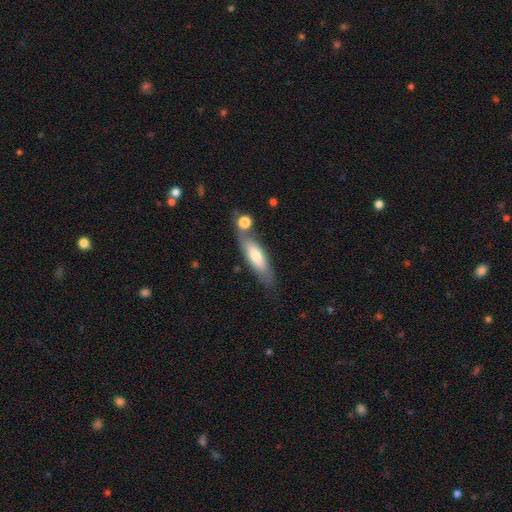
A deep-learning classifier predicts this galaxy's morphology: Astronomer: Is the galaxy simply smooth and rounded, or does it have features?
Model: smooth — 65%.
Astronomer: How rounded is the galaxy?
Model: cigar-shaped — 54% (runner-up: in between, 44%).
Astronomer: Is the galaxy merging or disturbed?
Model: none — 59%.